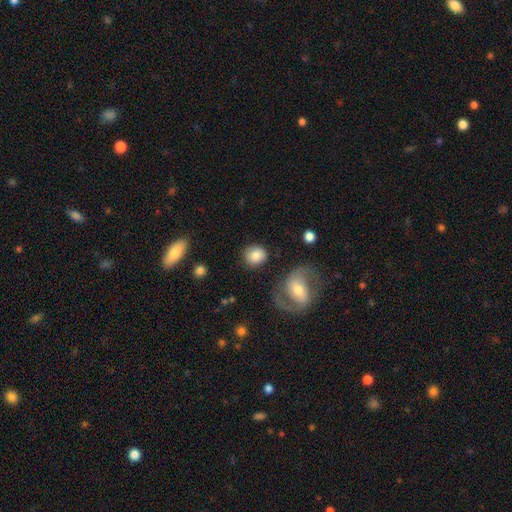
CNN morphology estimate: smooth_or_featured: smooth (p=0.80) [alt: featured or disk p=0.13]
how_rounded: round (p=0.82) [alt: in between p=0.17]
merging: none (p=0.82) [alt: minor disturbance p=0.10]